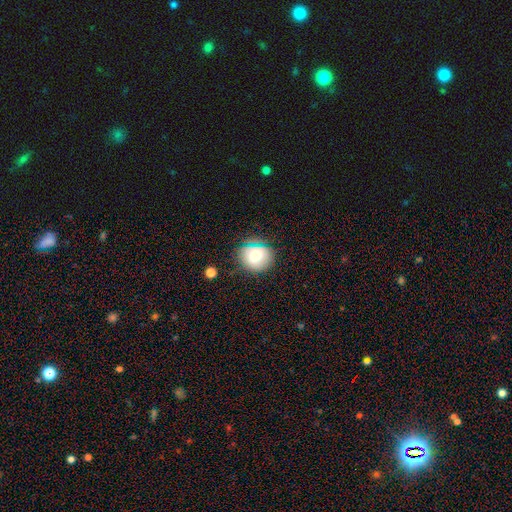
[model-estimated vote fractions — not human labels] Smooth or featured? Predicted: smooth (p=0.71). How rounded? Predicted: round (p=0.76). Merging? Predicted: none (p=0.75).